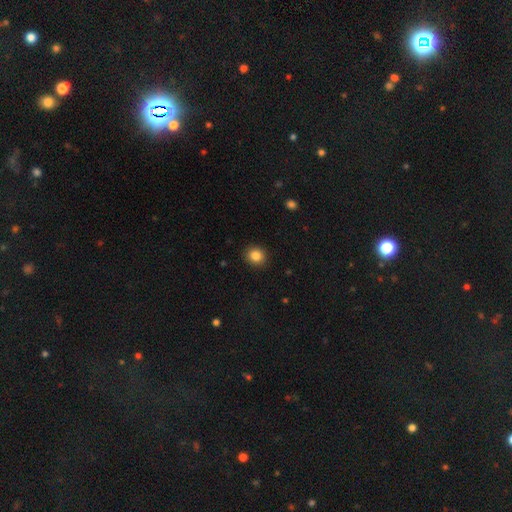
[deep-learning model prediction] smooth 85%, star or artifact 10%, featured or disk 5%. Down the decision tree: how rounded — round (84%); merging — none (91%).